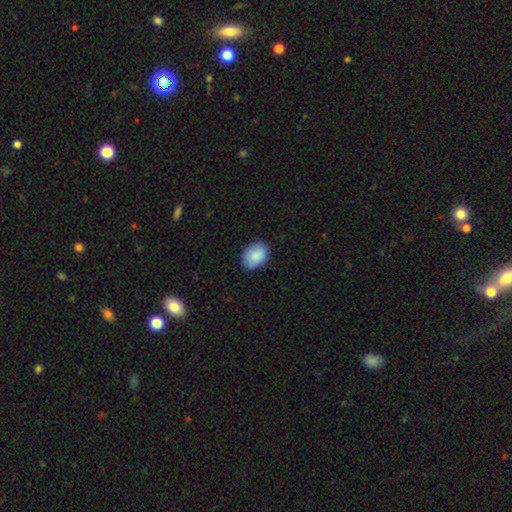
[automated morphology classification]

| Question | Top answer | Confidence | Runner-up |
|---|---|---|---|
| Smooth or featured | smooth | 87% | star or artifact (7%) |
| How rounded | in between | 72% | round (27%) |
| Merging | none | 80% | minor disturbance (16%) |